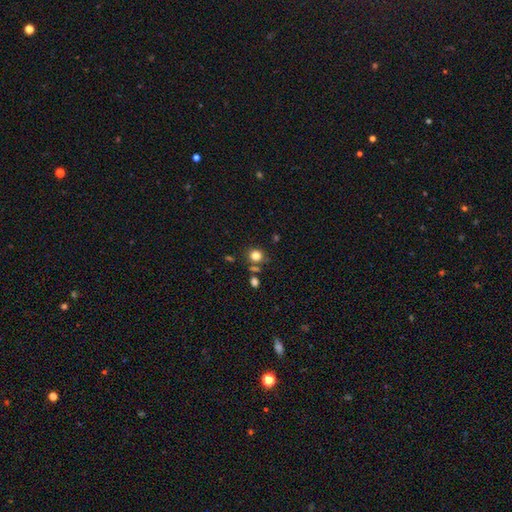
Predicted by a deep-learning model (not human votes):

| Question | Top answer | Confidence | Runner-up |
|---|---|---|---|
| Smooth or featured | smooth | 79% | star or artifact (14%) |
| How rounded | round | 84% | in between (15%) |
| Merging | none | 73% | merger (12%) |